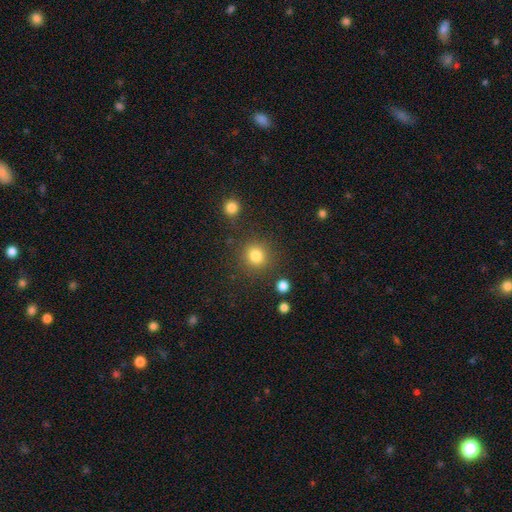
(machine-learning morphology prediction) The model was most divided on "smooth or featured": smooth: 83%, star or artifact: 12%, featured or disk: 5%. More confident: how rounded — round (91%); merging — none (85%).